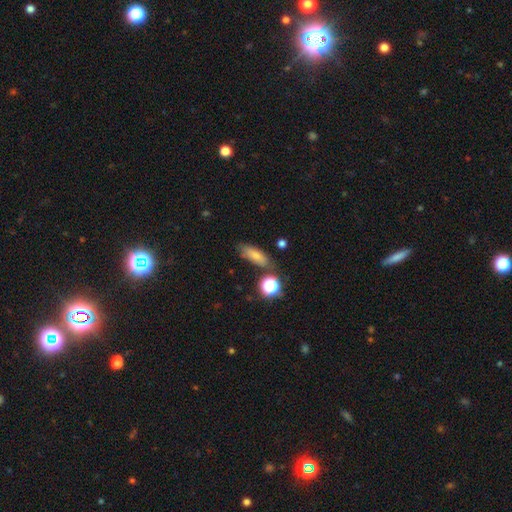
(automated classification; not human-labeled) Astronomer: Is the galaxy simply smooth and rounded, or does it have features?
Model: smooth — 77%.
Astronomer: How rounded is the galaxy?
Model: in between — 59% (runner-up: cigar-shaped, 35%).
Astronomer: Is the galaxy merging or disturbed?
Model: none — 73%.